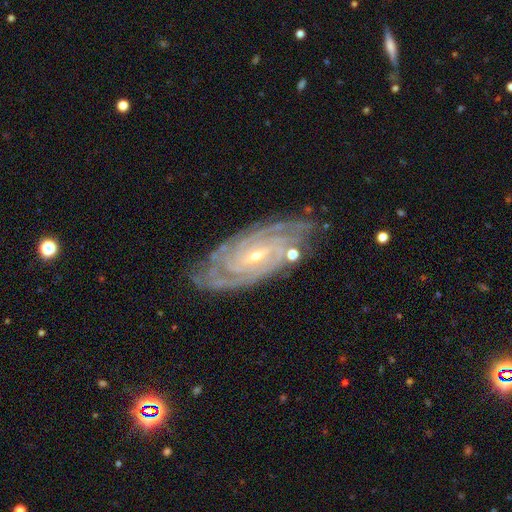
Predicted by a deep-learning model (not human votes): This appears to be a featured or disk galaxy (90%) with a weak bar (42%), 4 (24%) tight (79%) spiral arms (98%) and a small central bulge (72%). Merging: none (79%).